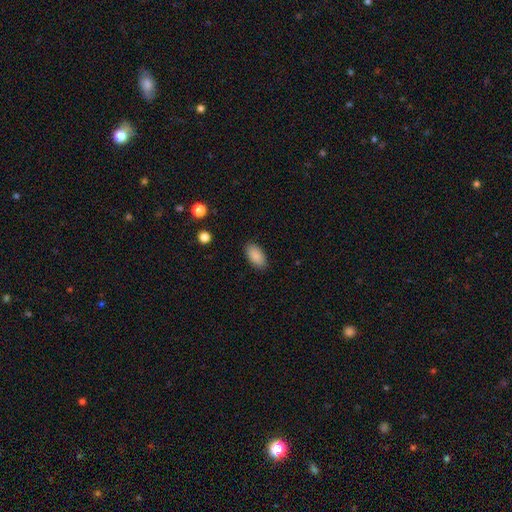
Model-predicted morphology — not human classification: Q: Smooth or featured?
A: smooth (88%); runner-up: star or artifact (7%)
Q: How rounded?
A: in between (94%); runner-up: cigar-shaped (3%)
Q: Merging?
A: none (87%); runner-up: minor disturbance (9%)